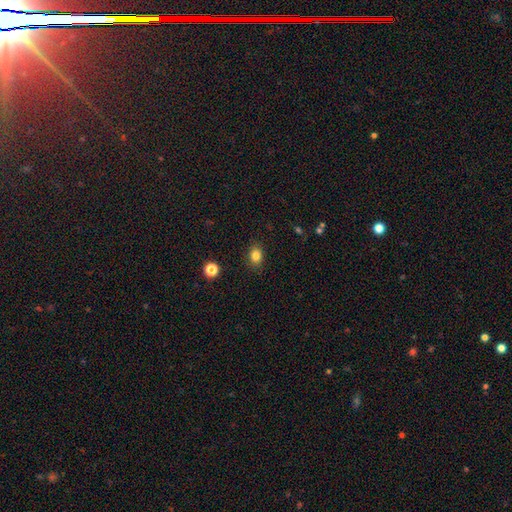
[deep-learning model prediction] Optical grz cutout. It shows a smooth galaxy with no disk features (83%) that is in between round and cigar-shaped (63%). Merging: none (88%).